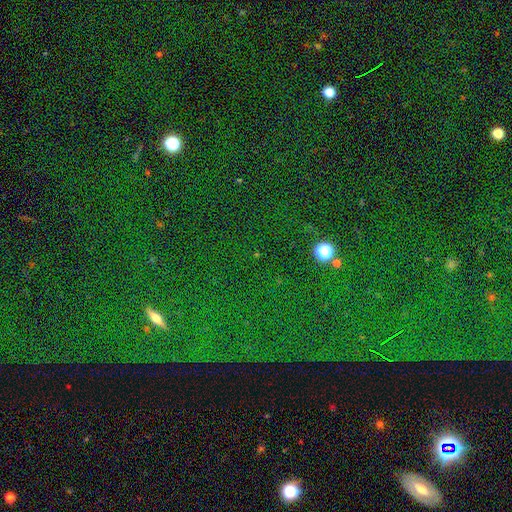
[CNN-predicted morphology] type=star or artifact (81%).